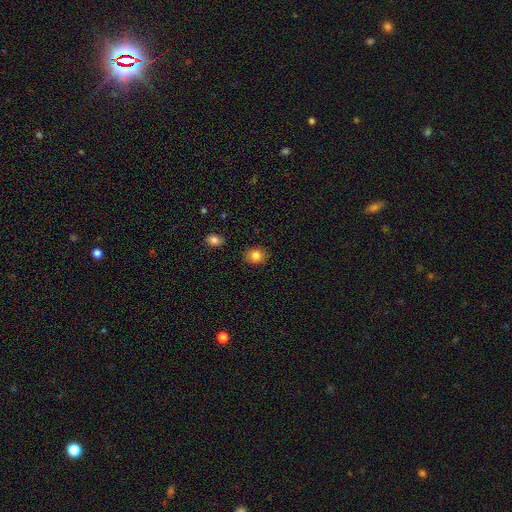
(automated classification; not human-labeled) Smooth or featured? Predicted: smooth (p=0.84). How rounded? Predicted: round (p=0.68). Merging? Predicted: none (p=0.87).